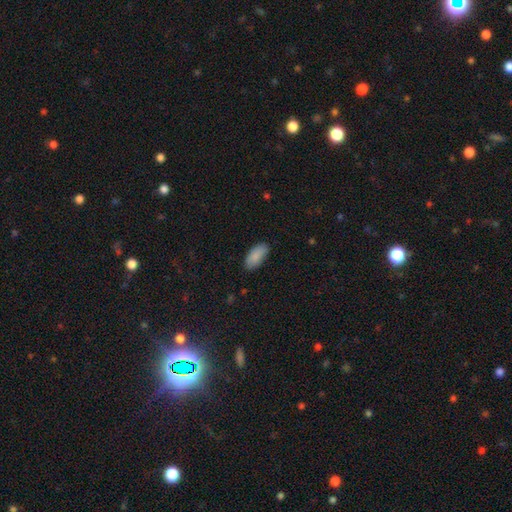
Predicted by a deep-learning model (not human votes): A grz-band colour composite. It shows a smooth galaxy with no disk features (89%) that is in between round and cigar-shaped (91%). Merging: none (85%).